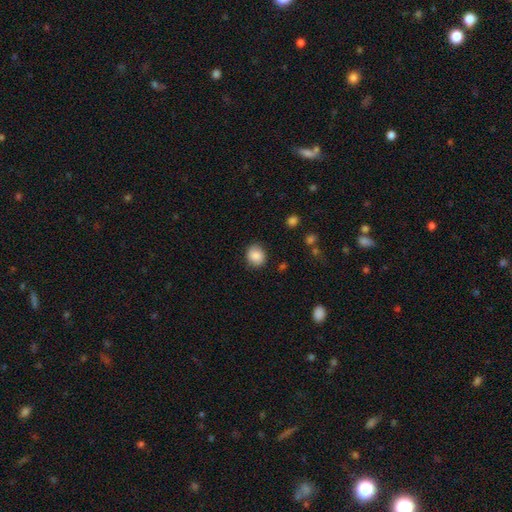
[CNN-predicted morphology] Smooth or featured: smooth — 86% (star or artifact — 8%)
How rounded: round — 75% (in between — 24%)
Merging: none — 83% (minor disturbance — 13%)